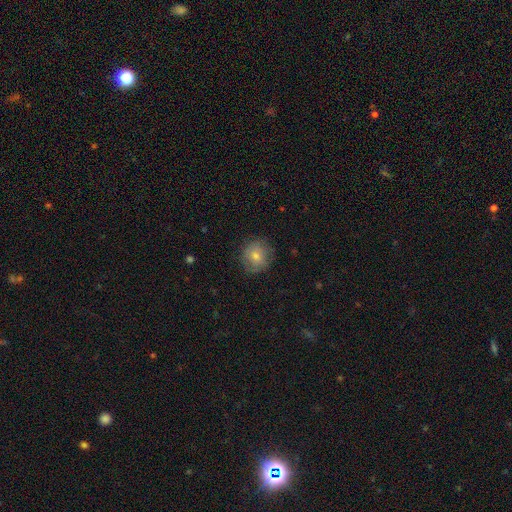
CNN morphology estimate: This appears to be a smooth galaxy with no disk features (68%) that is round (87%). Merging: none (83%).